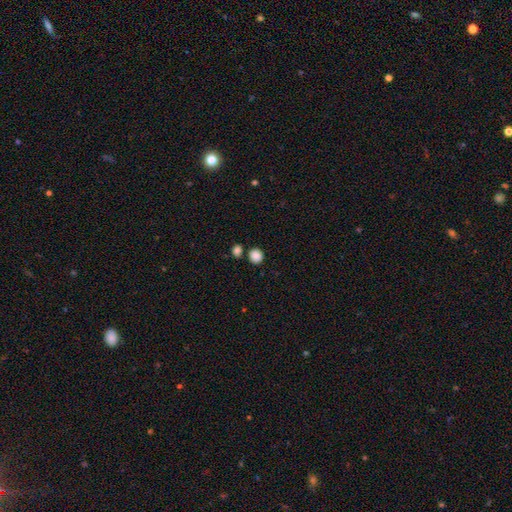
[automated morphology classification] Q: Smooth or featured?
A: smooth (87%); runner-up: star or artifact (9%)
Q: How rounded?
A: round (81%); runner-up: in between (18%)
Q: Merging?
A: none (77%); runner-up: merger (12%)